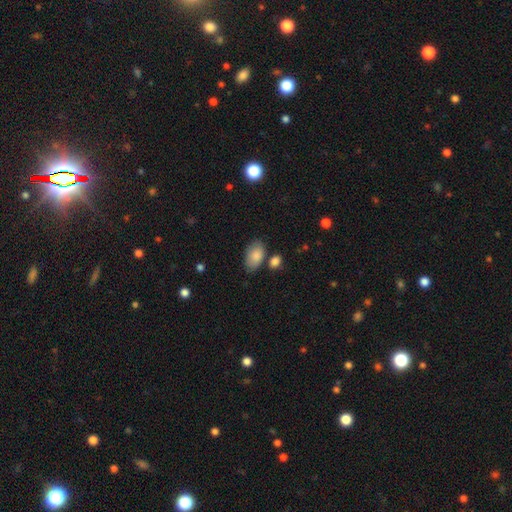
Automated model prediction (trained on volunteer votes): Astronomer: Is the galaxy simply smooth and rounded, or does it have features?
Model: smooth — 86%.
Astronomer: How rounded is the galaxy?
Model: in between — 93%.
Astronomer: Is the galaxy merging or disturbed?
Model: none — 68%.